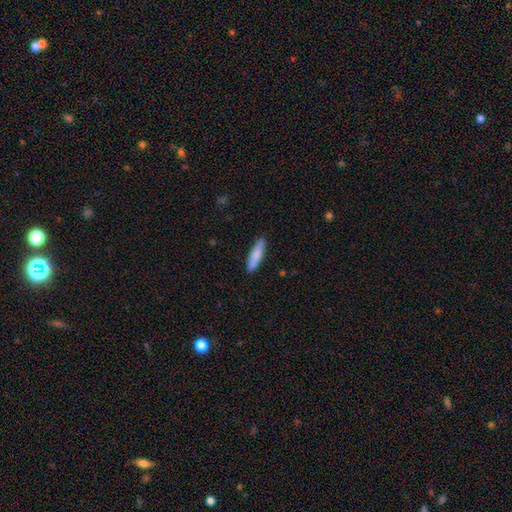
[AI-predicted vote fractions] Morphology: type=smooth (81%); roundness=cigar-shaped (74%); merging=none (89%).